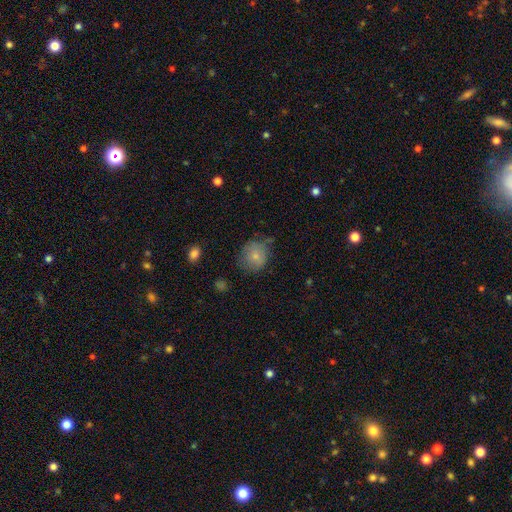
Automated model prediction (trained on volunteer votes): This is likely a smooth galaxy (77%). How rounded: likely round (79%). Merging: likely none (64%).